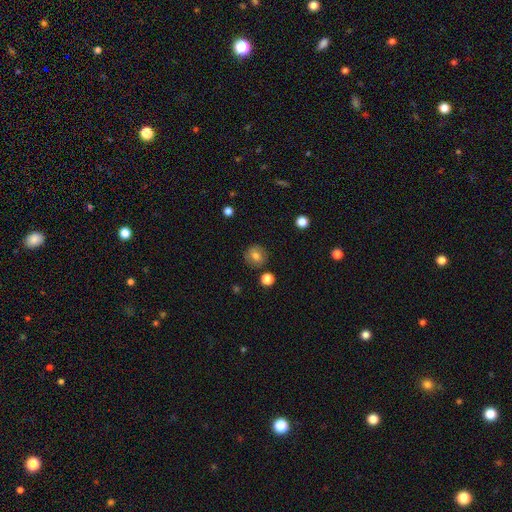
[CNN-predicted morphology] This appears to be a smooth galaxy with no disk features (78%) that is round (84%). Merging: none (86%).